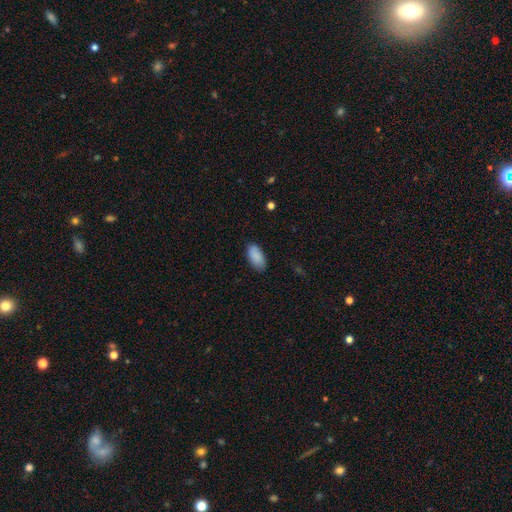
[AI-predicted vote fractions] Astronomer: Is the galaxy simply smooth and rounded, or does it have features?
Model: smooth — 90%.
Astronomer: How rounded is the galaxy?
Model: in between — 93%.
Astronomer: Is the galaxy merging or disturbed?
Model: none — 85%.